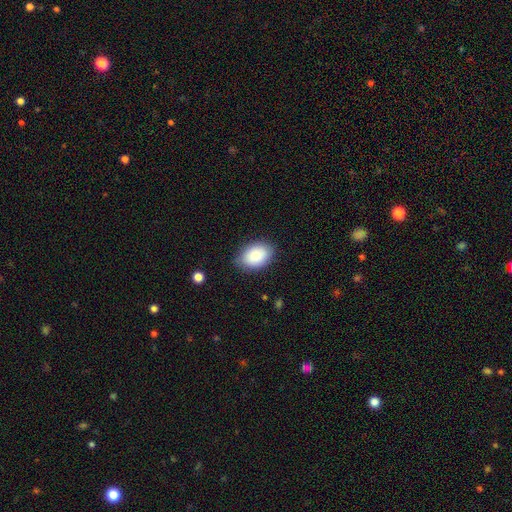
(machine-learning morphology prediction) A smooth galaxy with no disk features (86%) that is in between round and cigar-shaped (87%). Merging: none (81%).